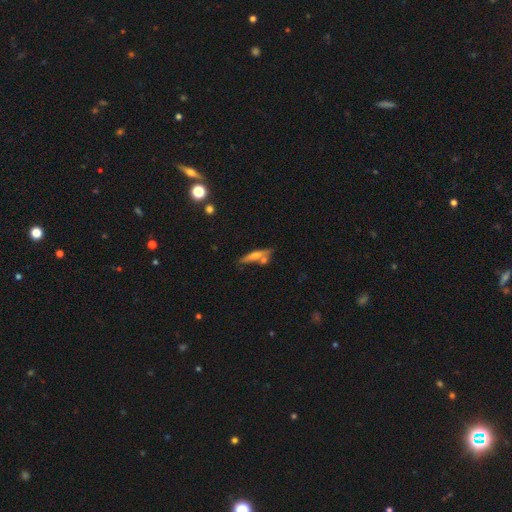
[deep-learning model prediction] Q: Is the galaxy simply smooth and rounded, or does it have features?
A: smooth — 49%.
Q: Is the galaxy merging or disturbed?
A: none — 60%.